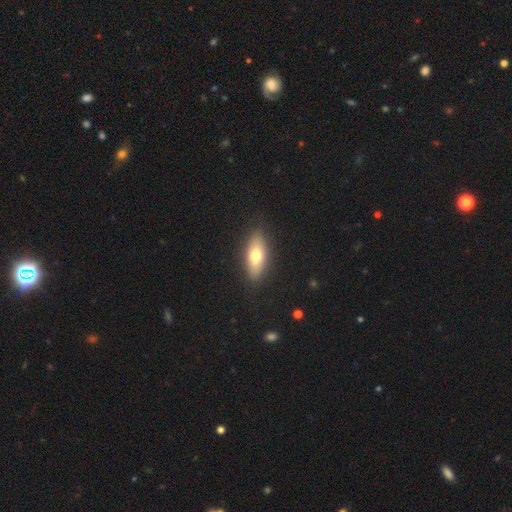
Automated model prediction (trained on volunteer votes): This is likely a smooth galaxy (68%). How rounded: likely in between (72%). Merging: clearly none (87%).